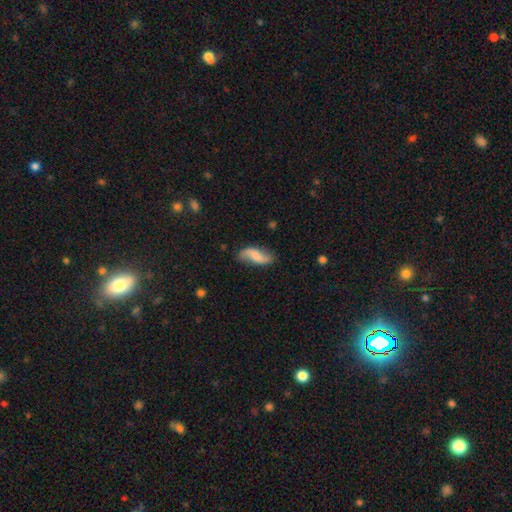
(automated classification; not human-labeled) Overall: featured or disk (50%; smooth 43%). Merging: none (73%).